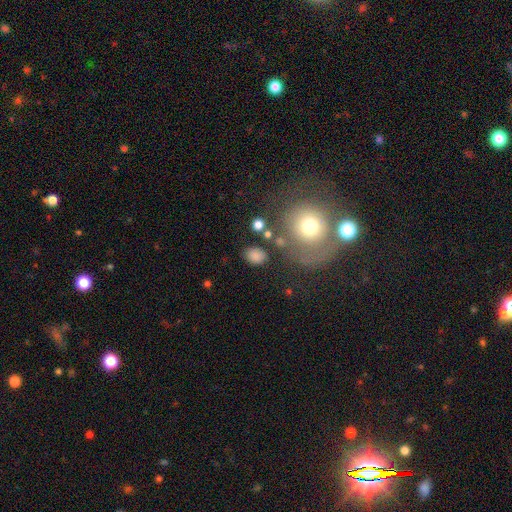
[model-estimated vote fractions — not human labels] Overall: smooth (81%). How rounded: in between (59%; round 39%). Merging: none (76%).